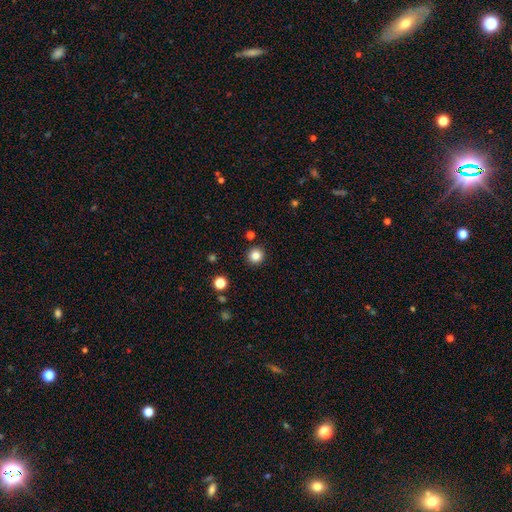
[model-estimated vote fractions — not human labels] A smooth galaxy with no disk features (84%) that is round (95%).

Vote fractions:
- Smooth or featured? smooth: 84% / star or artifact: 12% / featured or disk: 4%
- How rounded? round: 95% / in between: 4% / cigar-shaped: 1%
- Merging? none: 92% / minor disturbance: 5% / major disturbance: 2% / merger: 2%